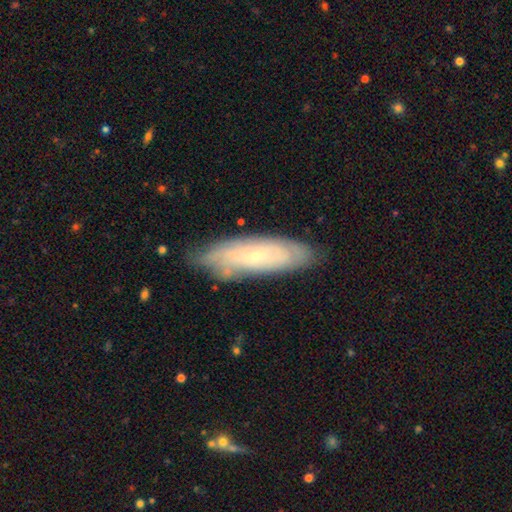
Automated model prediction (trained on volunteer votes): Smooth or featured? Predicted: featured or disk (p=0.62). Edge-on disk? Predicted: no (p=0.77). Merging? Predicted: none (p=0.76).